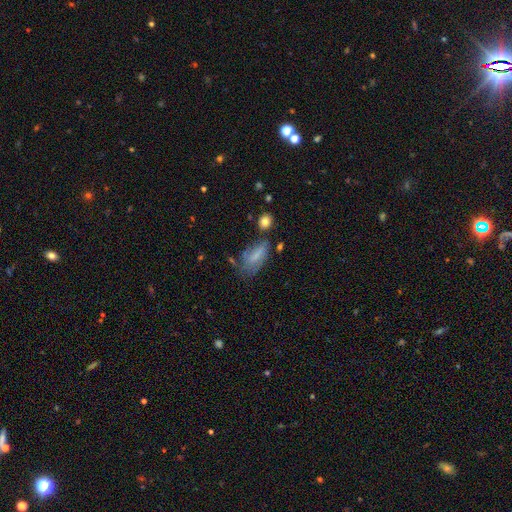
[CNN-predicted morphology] Smooth or featured? Predicted: smooth (p=0.57). How rounded? Predicted: in between (p=0.84). Merging? Predicted: none (p=0.40).